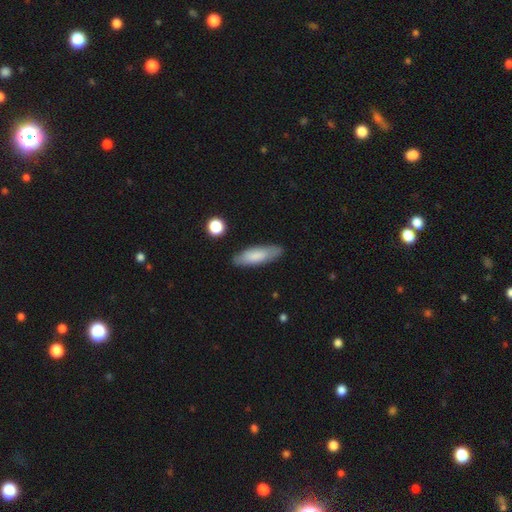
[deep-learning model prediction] smooth 78%, featured or disk 16%, star or artifact 6%. Down the decision tree: how rounded — cigar-shaped (51%); merging — none (84%).